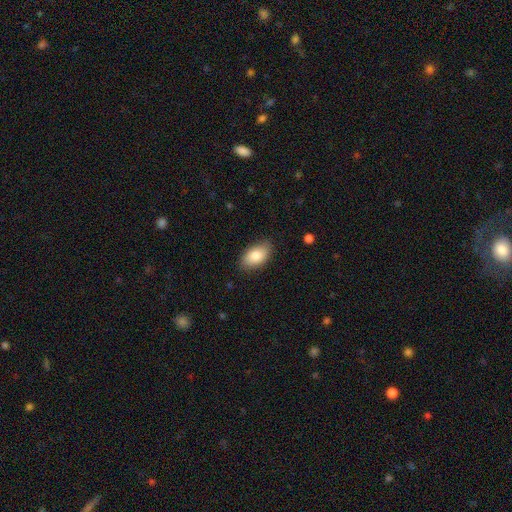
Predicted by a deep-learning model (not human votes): A smooth galaxy with no disk features (83%) that is in between round and cigar-shaped (93%).

Vote fractions:
- Smooth or featured? smooth: 83% / featured or disk: 11% / star or artifact: 6%
- How rounded? in between: 93% / round: 4% / cigar-shaped: 2%
- Merging? none: 84% / minor disturbance: 12% / major disturbance: 3% / merger: 1%